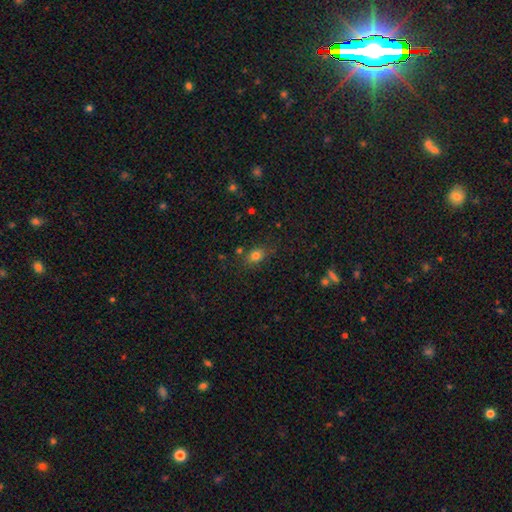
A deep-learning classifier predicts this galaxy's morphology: smooth-or-featured: smooth: 79% | star or artifact: 14% | featured or disk: 8%
  how-rounded: in between: 62% | round: 36% | cigar-shaped: 2%
  merging: none: 76% | minor disturbance: 15% | merger: 5% | major disturbance: 4%